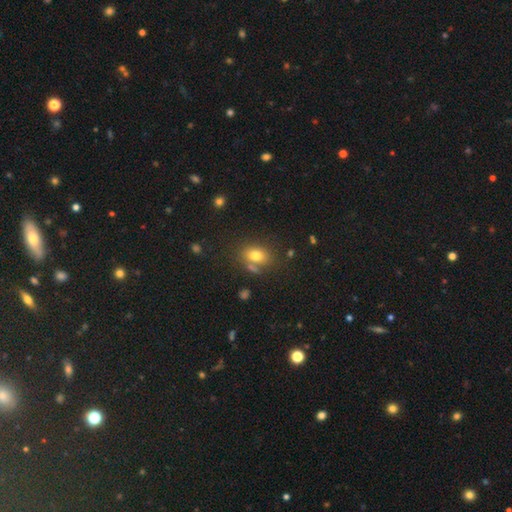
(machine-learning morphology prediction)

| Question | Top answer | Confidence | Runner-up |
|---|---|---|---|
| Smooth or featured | smooth | 77% | star or artifact (12%) |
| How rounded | in between | 73% | round (25%) |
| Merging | none | 65% | merger (15%) |